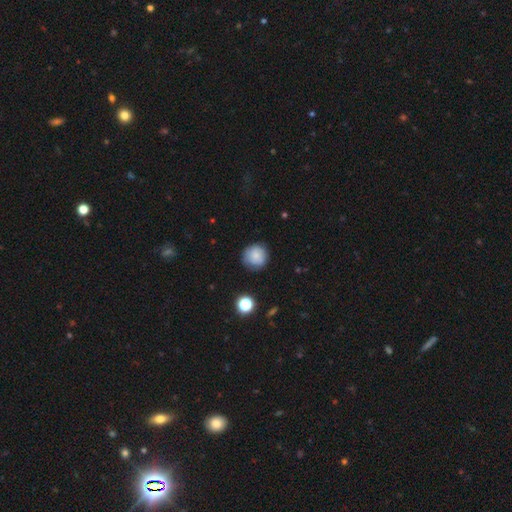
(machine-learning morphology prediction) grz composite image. It shows a smooth galaxy with no disk features (78%) that is round (93%). Merging: none (81%).